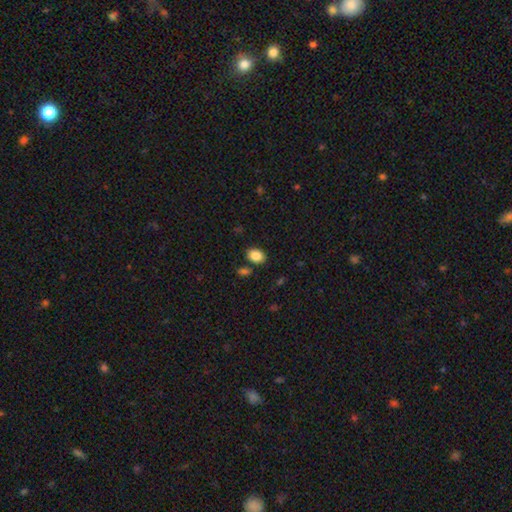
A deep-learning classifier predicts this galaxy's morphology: type=smooth (86%); roundness=in between (73%); merging=none (81%).